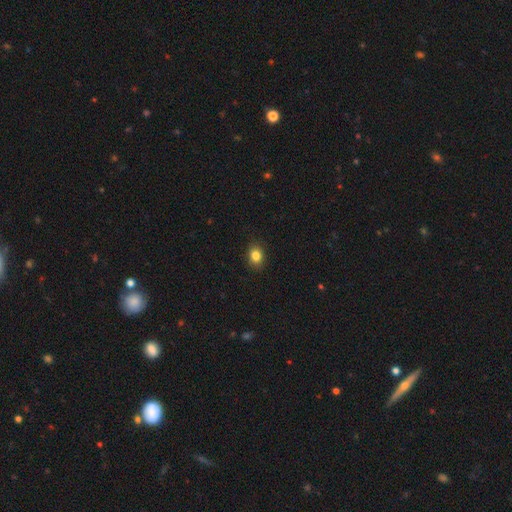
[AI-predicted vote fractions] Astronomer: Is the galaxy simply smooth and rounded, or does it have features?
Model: smooth — 84%.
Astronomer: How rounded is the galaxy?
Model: in between — 53% (runner-up: round, 46%).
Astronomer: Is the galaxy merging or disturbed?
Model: none — 88%.